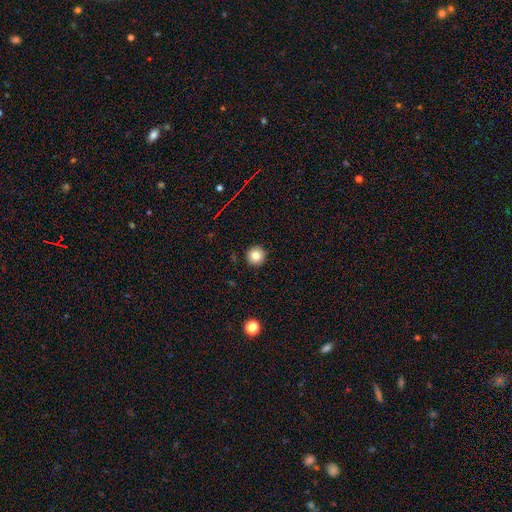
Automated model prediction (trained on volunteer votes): Morphology: type=smooth (82%); roundness=round (95%); merging=none (92%).